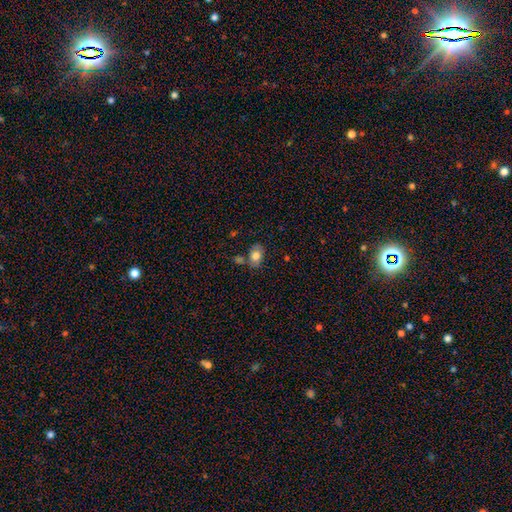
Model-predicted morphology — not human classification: Overall: smooth (78%). How rounded: in between (79%). Merging: none (65%).